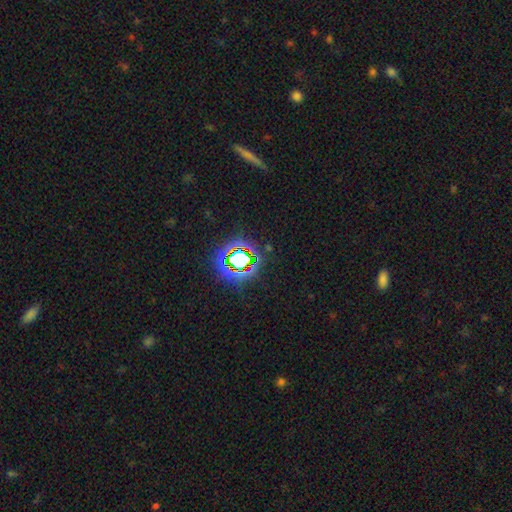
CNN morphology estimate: This appears to be a star or artifact, not a galaxy (74%).